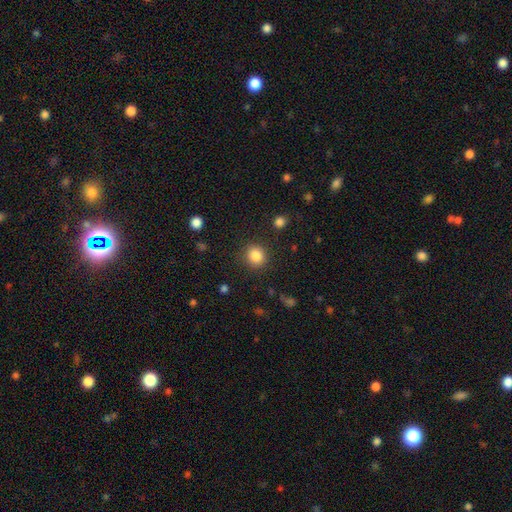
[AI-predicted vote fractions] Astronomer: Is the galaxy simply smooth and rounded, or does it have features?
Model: smooth — 85%.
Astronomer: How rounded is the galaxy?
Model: round — 89%.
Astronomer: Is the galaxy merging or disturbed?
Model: none — 88%.